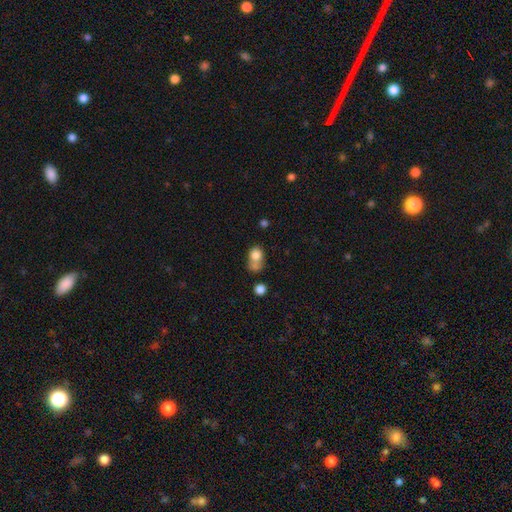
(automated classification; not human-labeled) Smooth or featured? Predicted: smooth (p=0.78). How rounded? Predicted: round (p=0.59). Merging? Predicted: merger (p=0.42).